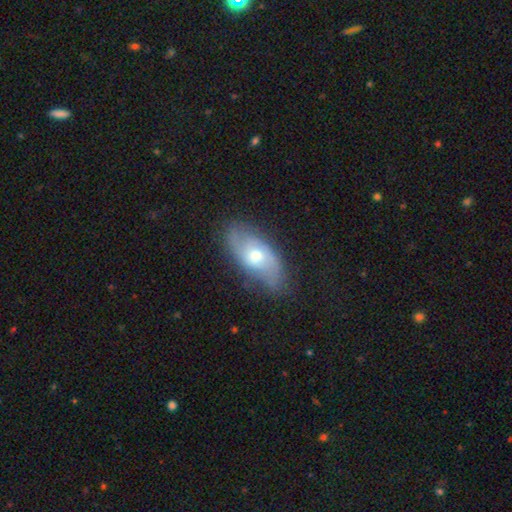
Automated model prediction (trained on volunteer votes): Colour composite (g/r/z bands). It shows a featured or disk galaxy (53%). Merging: none (74%).